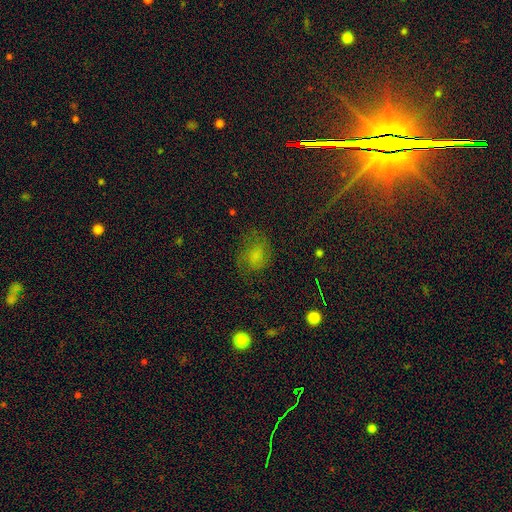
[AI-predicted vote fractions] A smooth galaxy with no disk features (52%) that is in between round and cigar-shaped (57%).

Vote fractions:
- Smooth or featured? smooth: 52% / featured or disk: 32% / star or artifact: 16%
- How rounded? in between: 57% / round: 42% / cigar-shaped: 2%
- Merging? none: 56% / minor disturbance: 23% / major disturbance: 19% / merger: 2%